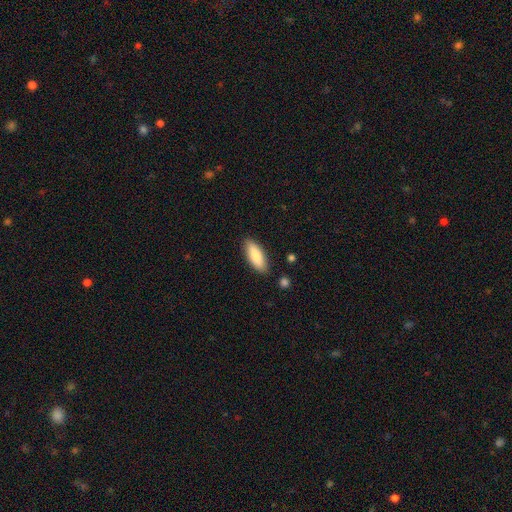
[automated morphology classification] This is clearly a smooth galaxy (83%). How rounded: likely in between (72%). Merging: clearly none (86%).